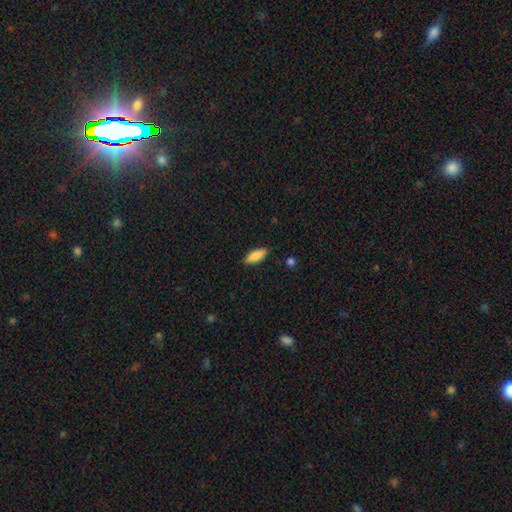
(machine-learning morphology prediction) Smooth or featured? Predicted: smooth (p=0.88). How rounded? Predicted: in between (p=0.81). Merging? Predicted: none (p=0.87).